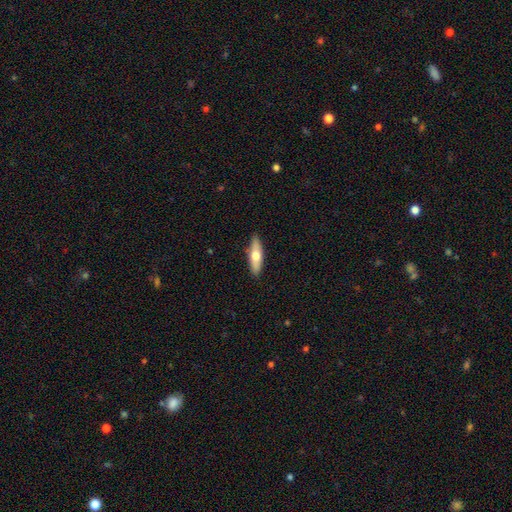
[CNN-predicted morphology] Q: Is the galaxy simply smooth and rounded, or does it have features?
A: smooth — 55%.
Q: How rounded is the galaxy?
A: cigar-shaped — 54%.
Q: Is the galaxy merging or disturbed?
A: none — 88%.